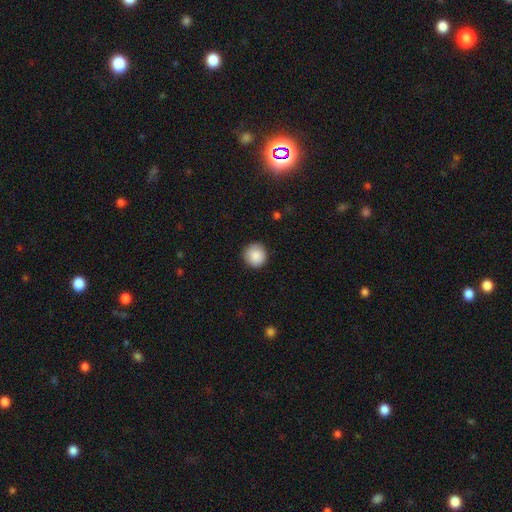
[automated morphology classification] type=smooth (88%); roundness=round (94%); merging=none (87%).